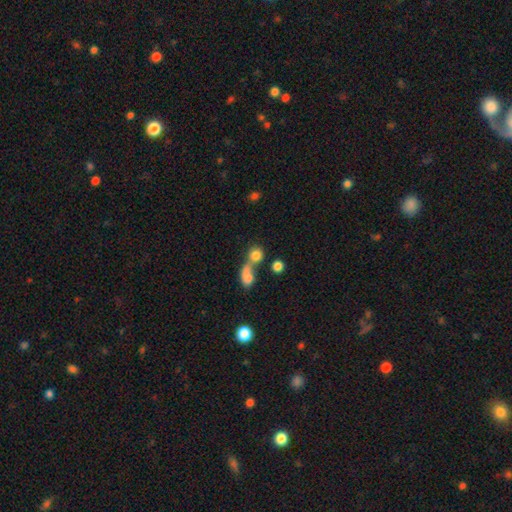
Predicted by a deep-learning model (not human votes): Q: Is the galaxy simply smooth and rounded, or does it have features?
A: smooth — 79%.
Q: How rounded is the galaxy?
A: round — 82%.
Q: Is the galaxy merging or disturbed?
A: merger — 48%.